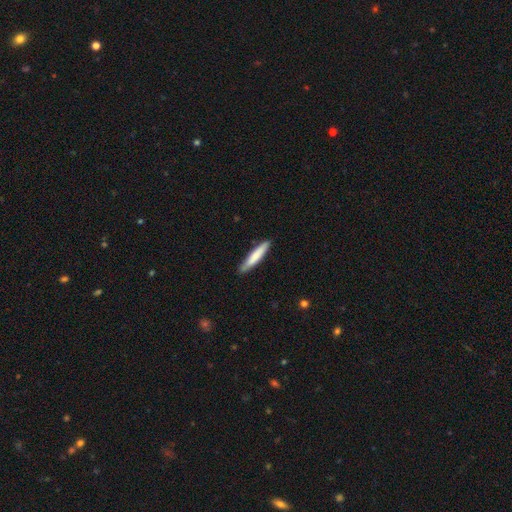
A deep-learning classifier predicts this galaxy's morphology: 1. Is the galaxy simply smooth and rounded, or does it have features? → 74% smooth, 21% featured or disk, 5% star or artifact.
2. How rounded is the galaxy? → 92% cigar-shaped, 7% in between, 1% round.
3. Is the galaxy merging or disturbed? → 87% none, 11% minor disturbance, 2% major disturbance, 1% merger.